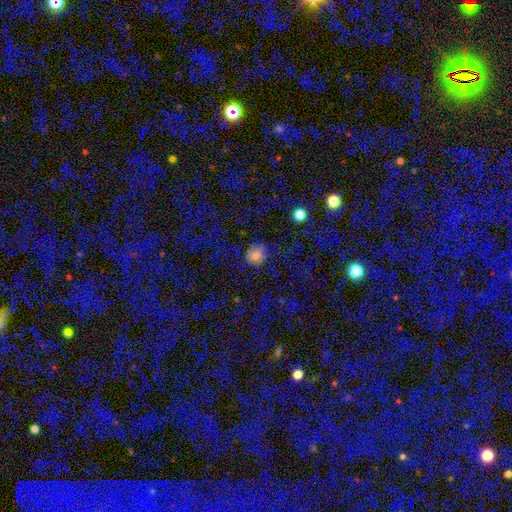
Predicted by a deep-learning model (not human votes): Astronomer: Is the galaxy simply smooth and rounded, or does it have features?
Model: smooth — 70%.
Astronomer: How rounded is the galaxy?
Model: round — 72%.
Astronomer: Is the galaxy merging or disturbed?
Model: none — 77%.